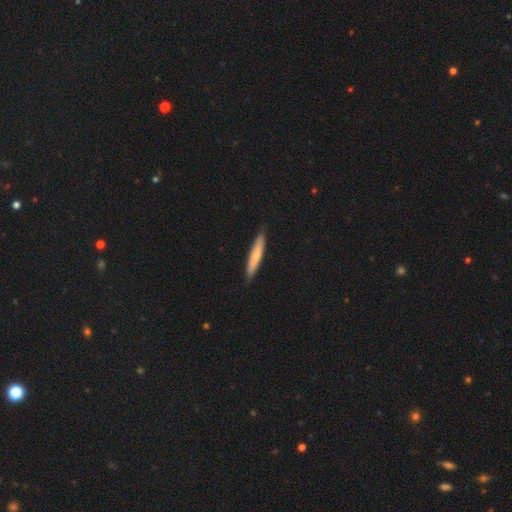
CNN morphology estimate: The model was most divided on "smooth or featured": smooth: 65%, featured or disk: 30%, star or artifact: 5%. More confident: how rounded — cigar-shaped (90%); merging — none (88%).